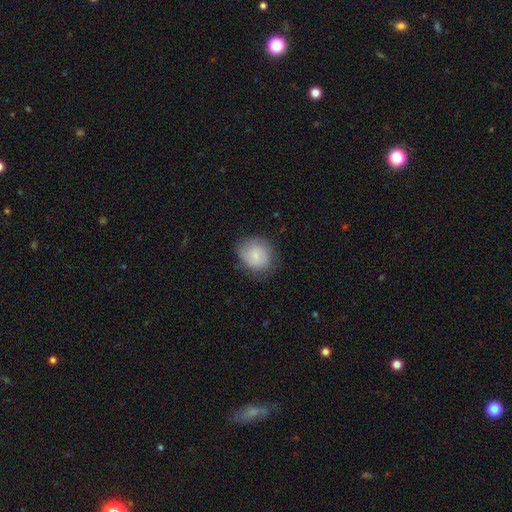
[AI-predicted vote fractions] Smooth or featured: smooth — 72% (featured or disk — 21%)
How rounded: round — 69% (in between — 30%)
Merging: none — 71% (minor disturbance — 21%)